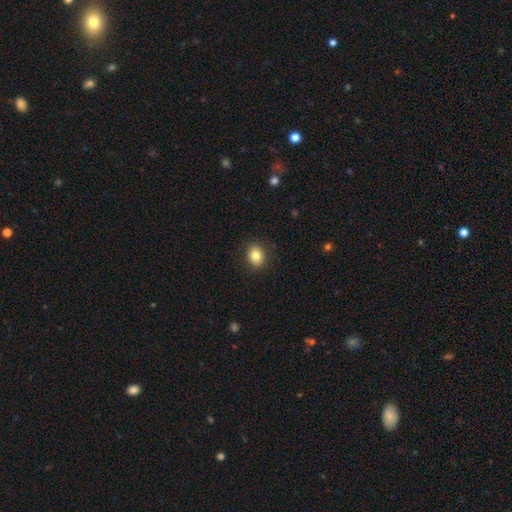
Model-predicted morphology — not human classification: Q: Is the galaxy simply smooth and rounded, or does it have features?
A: smooth — 82%.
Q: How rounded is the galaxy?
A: round — 60%.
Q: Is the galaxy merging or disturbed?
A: none — 88%.